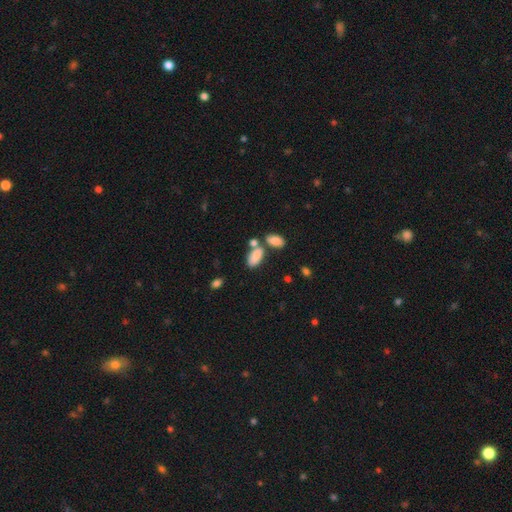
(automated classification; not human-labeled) smooth-or-featured: smooth: 85% | star or artifact: 8% | featured or disk: 7%
  how-rounded: in between: 91% | cigar-shaped: 6% | round: 4%
  merging: none: 49% | merger: 32% | minor disturbance: 14% | major disturbance: 5%